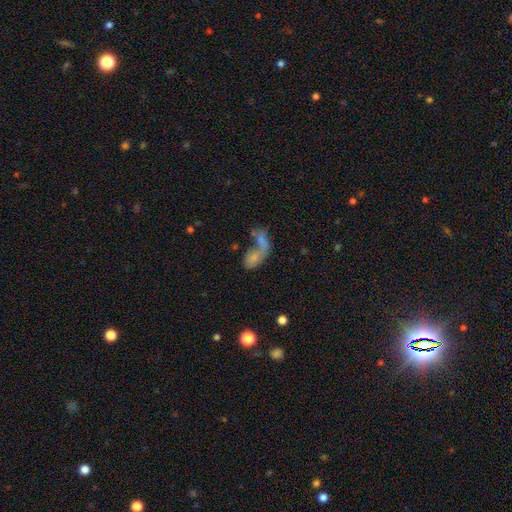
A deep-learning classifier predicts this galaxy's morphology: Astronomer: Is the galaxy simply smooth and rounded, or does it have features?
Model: smooth — 56%.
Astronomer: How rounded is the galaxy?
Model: in between — 78%.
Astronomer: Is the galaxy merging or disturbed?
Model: merger — 64%.